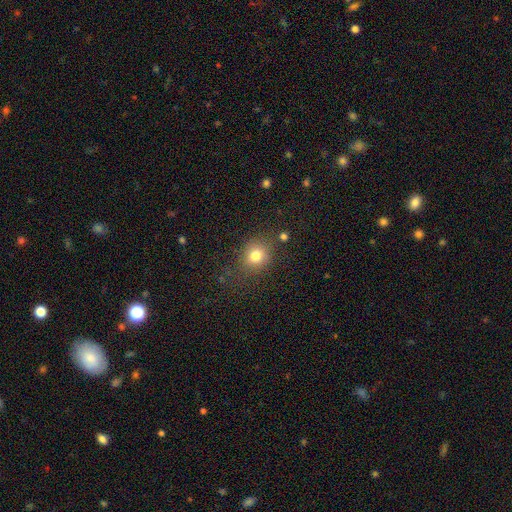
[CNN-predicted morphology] A smooth galaxy with no disk features (79%) that is round (73%).

Vote fractions:
- Smooth or featured? smooth: 79% / star or artifact: 13% / featured or disk: 8%
- How rounded? round: 73% / in between: 26% / cigar-shaped: 1%
- Merging? none: 77% / minor disturbance: 13% / major disturbance: 6% / merger: 3%